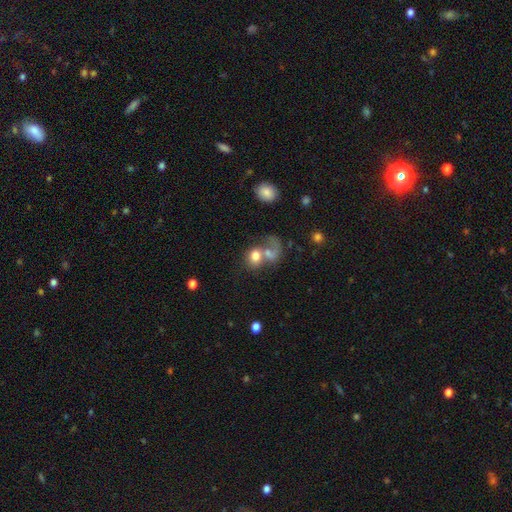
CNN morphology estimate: Q: Smooth or featured?
A: smooth (65%); runner-up: featured or disk (25%)
Q: How rounded?
A: round (53%); runner-up: in between (45%)
Q: Merging?
A: merger (63%); runner-up: none (17%)